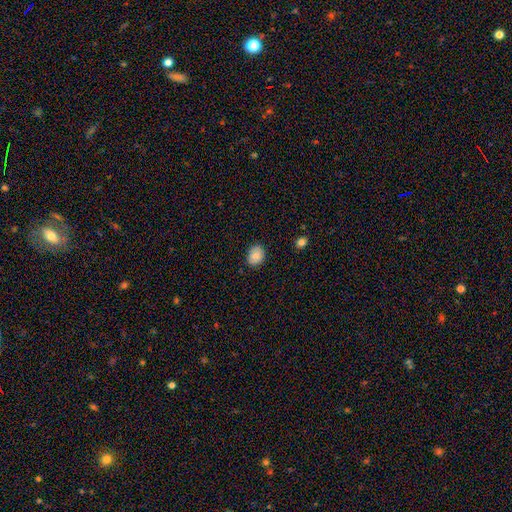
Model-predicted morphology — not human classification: smooth_or_featured: smooth (p=0.83) [alt: featured or disk p=0.08]
how_rounded: round (p=0.50) [alt: in between p=0.49]
merging: none (p=0.84) [alt: minor disturbance p=0.12]